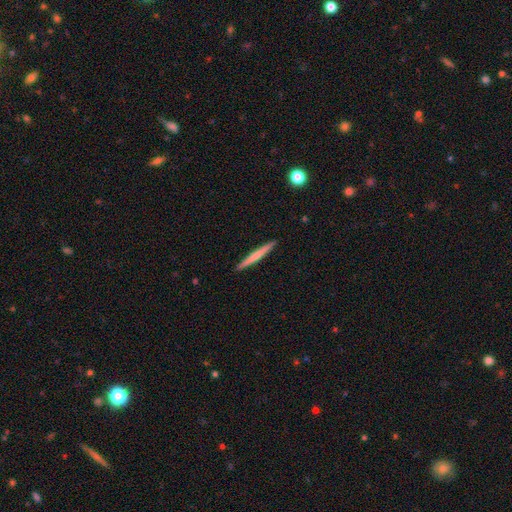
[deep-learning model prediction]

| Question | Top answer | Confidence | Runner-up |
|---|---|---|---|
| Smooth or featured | smooth | 56% | featured or disk (39%) |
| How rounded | cigar-shaped | 97% | in between (2%) |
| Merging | none | 93% | minor disturbance (5%) |